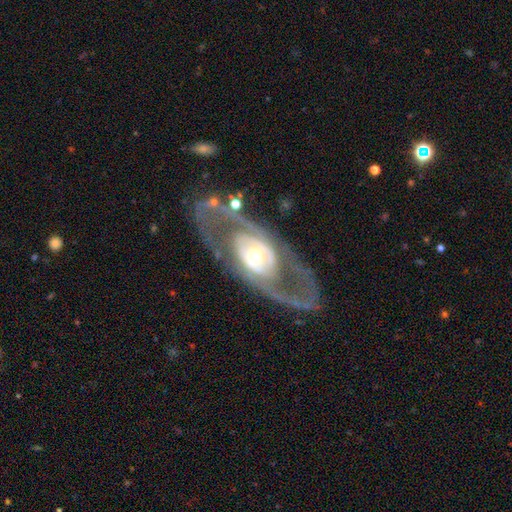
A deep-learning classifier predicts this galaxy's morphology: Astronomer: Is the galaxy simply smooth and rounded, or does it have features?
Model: featured or disk — 82%.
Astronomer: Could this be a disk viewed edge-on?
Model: no — 91%.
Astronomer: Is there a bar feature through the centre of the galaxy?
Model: no — 65%.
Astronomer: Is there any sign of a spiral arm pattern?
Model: yes — 63%.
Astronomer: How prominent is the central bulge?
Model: moderate — 54% (runner-up: small, 30%).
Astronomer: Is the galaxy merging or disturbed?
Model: none — 69%.